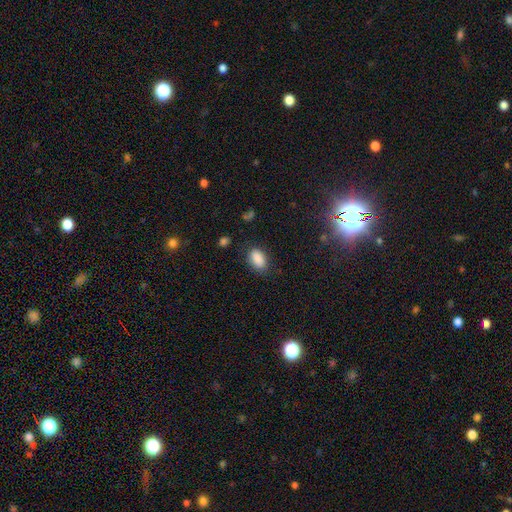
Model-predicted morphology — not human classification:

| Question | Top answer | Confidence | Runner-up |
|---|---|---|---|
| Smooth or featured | smooth | 84% | star or artifact (12%) |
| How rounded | in between | 90% | round (8%) |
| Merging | none | 83% | minor disturbance (13%) |